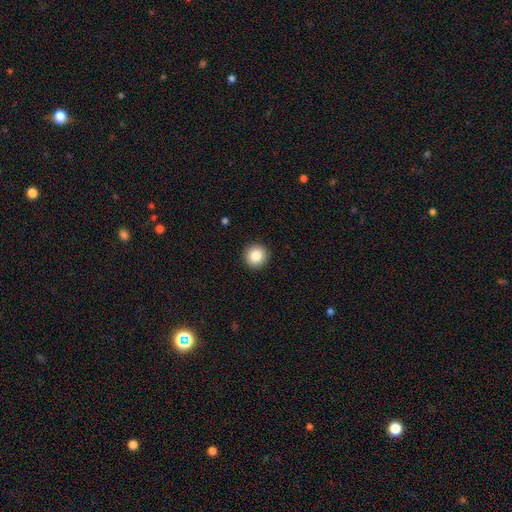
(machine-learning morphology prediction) This appears to be a smooth galaxy with no disk features (86%) that is round (94%). Merging: none (93%).